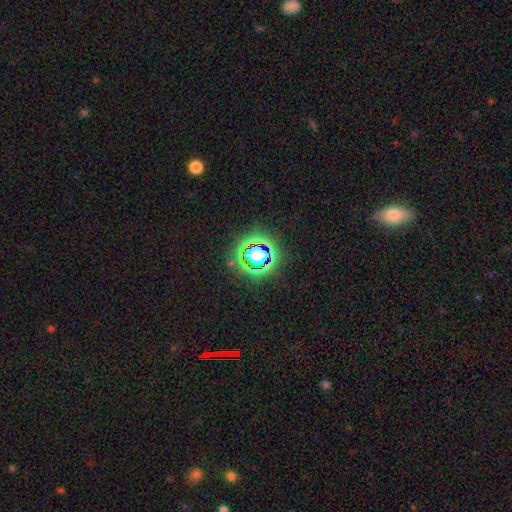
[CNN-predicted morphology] Smooth or featured?
  - star or artifact: 62% *
  - smooth: 26%
  - featured or disk: 13%